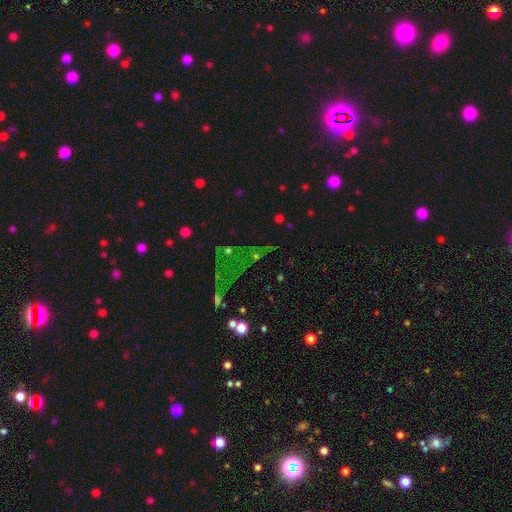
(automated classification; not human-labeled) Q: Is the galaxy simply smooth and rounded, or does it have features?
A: star or artifact — 62%.